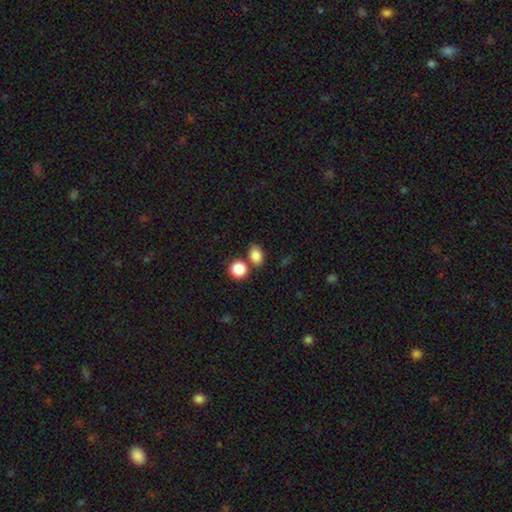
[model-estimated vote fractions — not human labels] This appears to be a smooth galaxy with no disk features (83%) that is in between round and cigar-shaped (64%). Merging: none (67%).